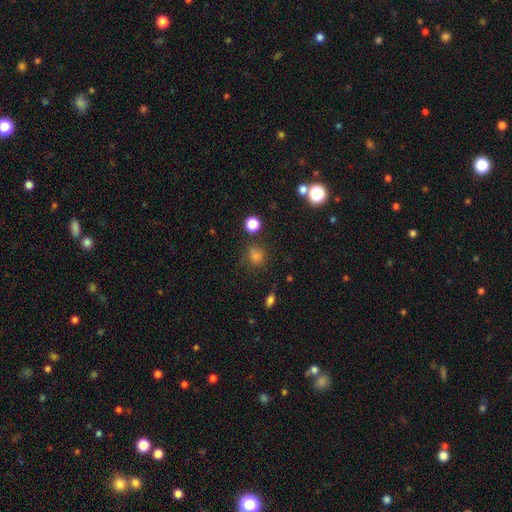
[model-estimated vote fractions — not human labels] Overall: smooth (70%). How rounded: round (77%). Merging: none (76%).